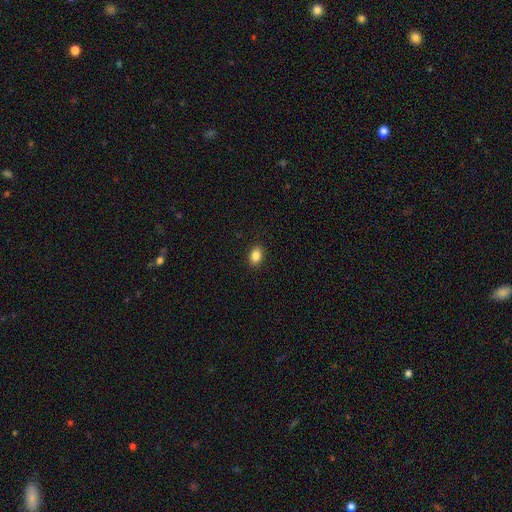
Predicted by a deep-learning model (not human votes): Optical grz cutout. It shows a smooth galaxy with no disk features (86%) that is in between round and cigar-shaped (79%). Merging: none (90%).